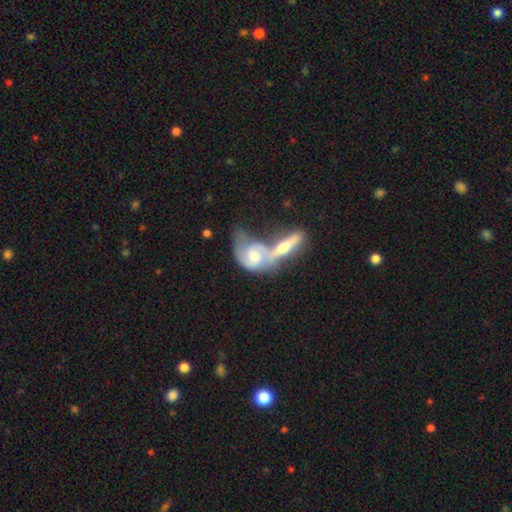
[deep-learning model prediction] This appears to be a featured or disk galaxy (66%) with no bar (62%), spiral arms (76%) and a moderate central bulge (60%). Merging: merger (67%).